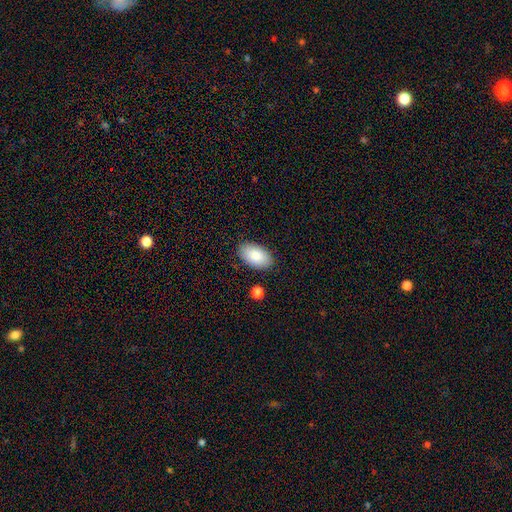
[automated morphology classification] Q: Smooth or featured?
A: smooth (83%); runner-up: featured or disk (11%)
Q: How rounded?
A: in between (95%); runner-up: round (4%)
Q: Merging?
A: none (86%); runner-up: minor disturbance (10%)